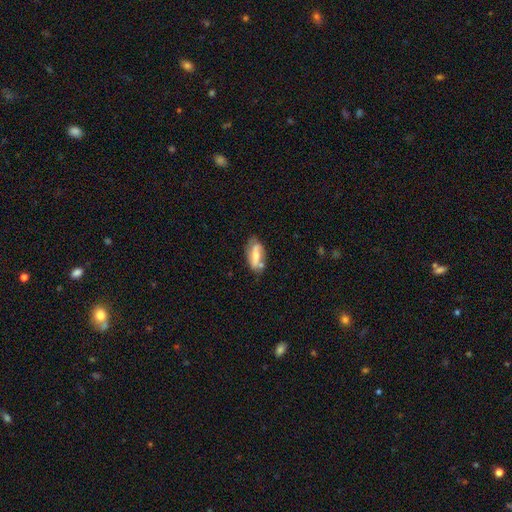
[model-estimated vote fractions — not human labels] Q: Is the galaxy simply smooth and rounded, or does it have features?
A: smooth — 47%.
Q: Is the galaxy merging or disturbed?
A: none — 60%.